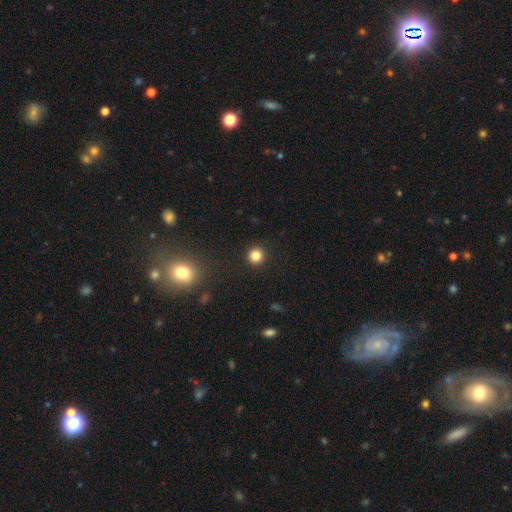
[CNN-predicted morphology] This is clearly a smooth galaxy (83%). How rounded: clearly round (94%). Merging: clearly none (92%).